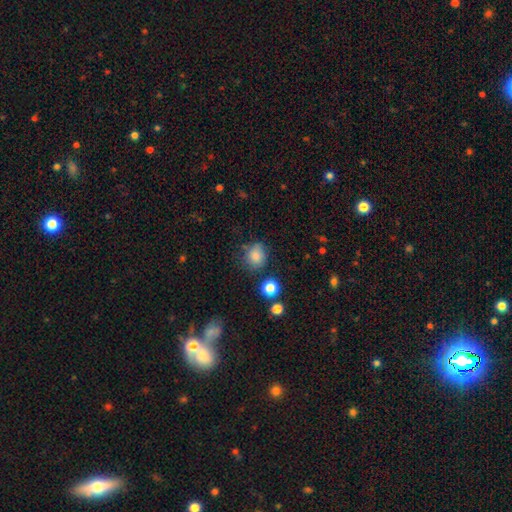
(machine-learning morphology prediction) This appears to be a smooth galaxy with no disk features (83%) that is round (64%). Merging: none (68%).